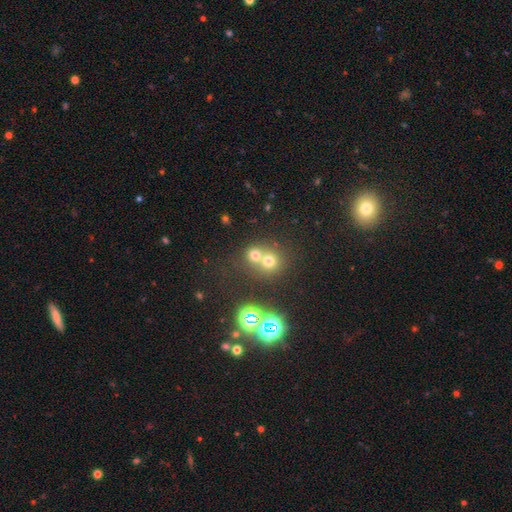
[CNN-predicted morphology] smooth-or-featured: smooth: 51% | star or artifact: 37% | featured or disk: 12%
  how-rounded: round: 85% | in between: 14% | cigar-shaped: 1%
  merging: none: 53% | merger: 36% | minor disturbance: 7% | major disturbance: 4%